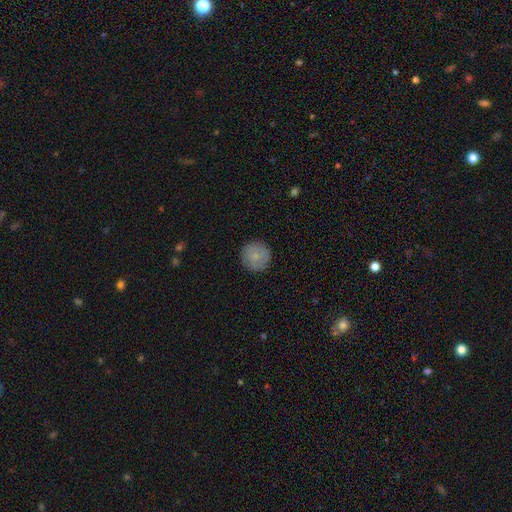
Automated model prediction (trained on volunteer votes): smooth 80%, featured or disk 13%, star or artifact 7%. Down the decision tree: how rounded — round (95%); merging — none (89%).